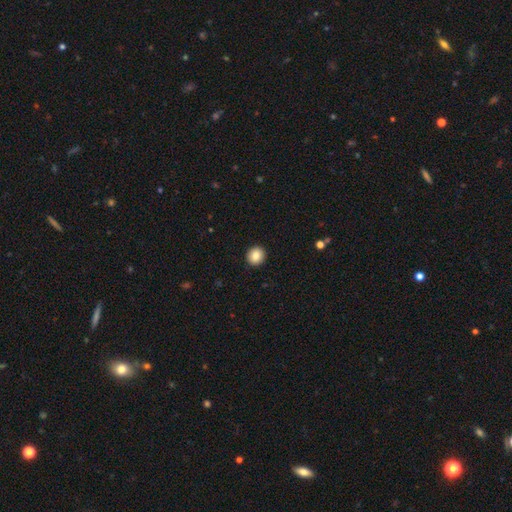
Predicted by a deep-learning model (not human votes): Smooth or featured? smooth (86%)
How rounded? round (89%)
Merging? none (93%)